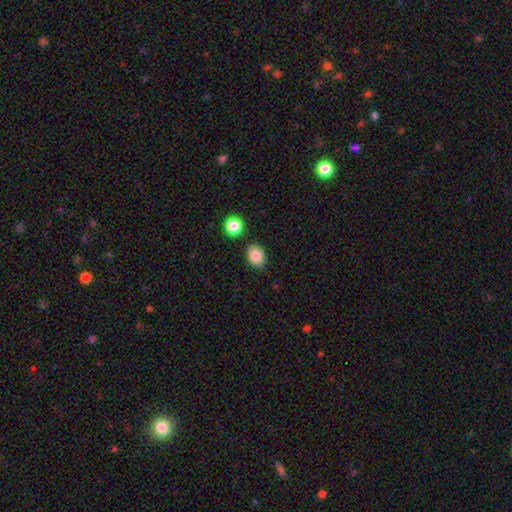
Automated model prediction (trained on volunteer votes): smooth 86%, star or artifact 9%, featured or disk 5%. Down the decision tree: how rounded — in between (69%); merging — none (84%).